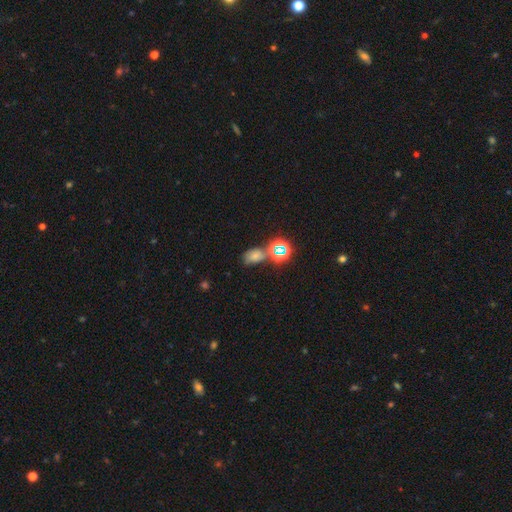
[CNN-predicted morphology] A smooth galaxy with no disk features (55%) that is in between round and cigar-shaped (77%). Merging: none (49%).